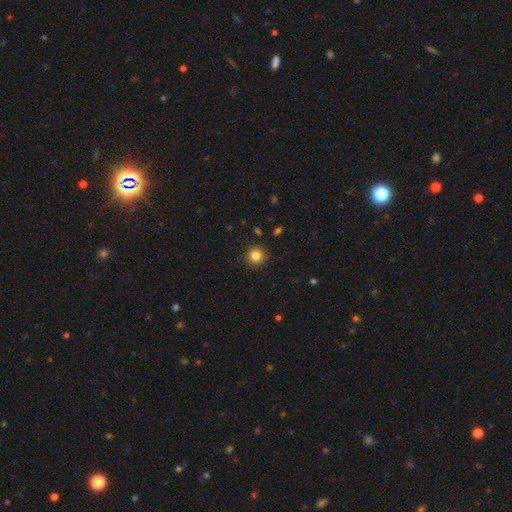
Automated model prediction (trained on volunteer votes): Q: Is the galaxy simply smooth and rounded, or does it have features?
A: smooth — 82%.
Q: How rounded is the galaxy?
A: round — 94%.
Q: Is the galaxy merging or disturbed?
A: none — 90%.